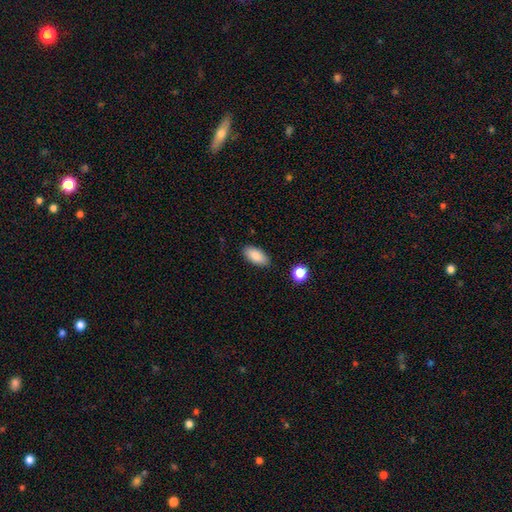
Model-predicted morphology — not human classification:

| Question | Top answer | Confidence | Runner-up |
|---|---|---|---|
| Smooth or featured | smooth | 86% | star or artifact (7%) |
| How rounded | in between | 92% | cigar-shaped (6%) |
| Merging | none | 86% | minor disturbance (10%) |